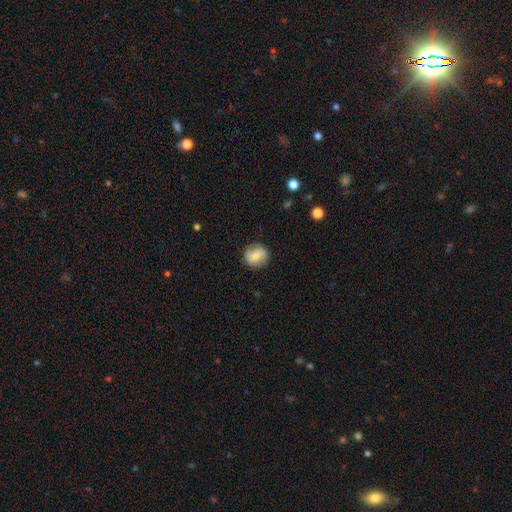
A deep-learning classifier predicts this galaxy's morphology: Smooth or featured? smooth (70%)
How rounded? round (84%)
Merging? none (84%)